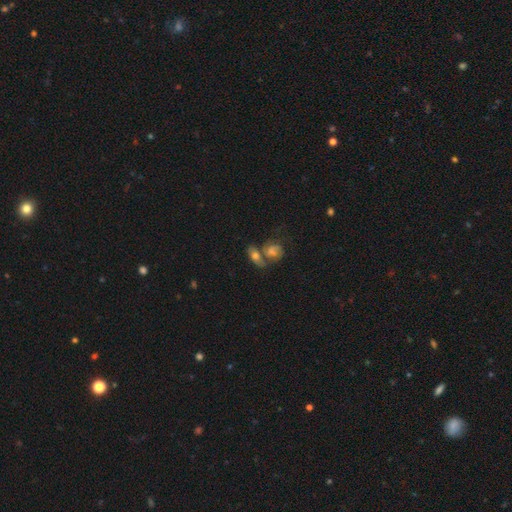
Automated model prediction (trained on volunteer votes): Smooth or featured?
  - smooth: 53% *
  - featured or disk: 36%
  - star or artifact: 11%
How rounded?
  - in between: 71% *
  - round: 18%
  - cigar-shaped: 11%
Merging?
  - merger: 40% *
  - none: 39%
  - minor disturbance: 13%
  - major disturbance: 7%